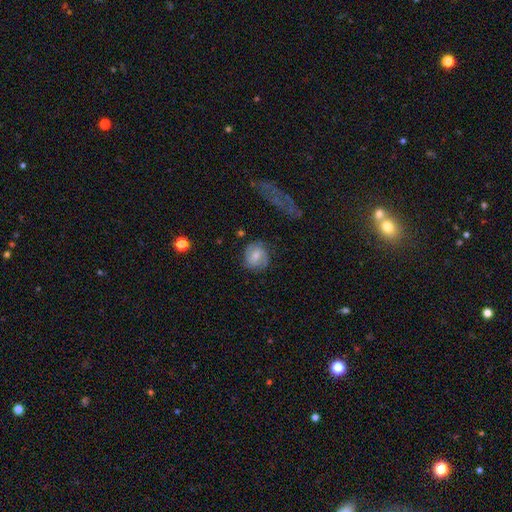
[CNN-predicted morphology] This appears to be a featured or disk galaxy (49%). Merging: none (73%).